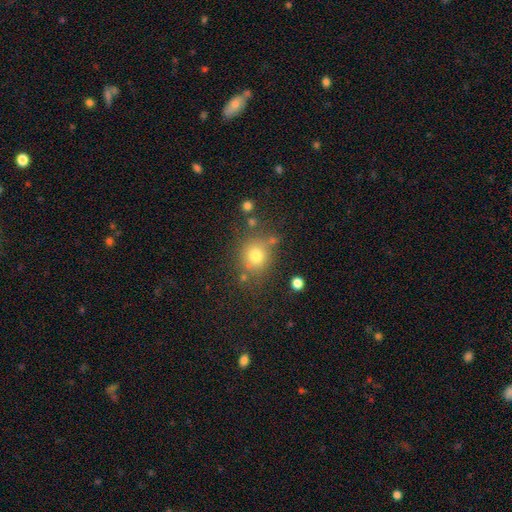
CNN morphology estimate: Q: Smooth or featured?
A: smooth (75%); runner-up: star or artifact (16%)
Q: How rounded?
A: round (84%); runner-up: in between (15%)
Q: Merging?
A: none (74%); runner-up: minor disturbance (13%)